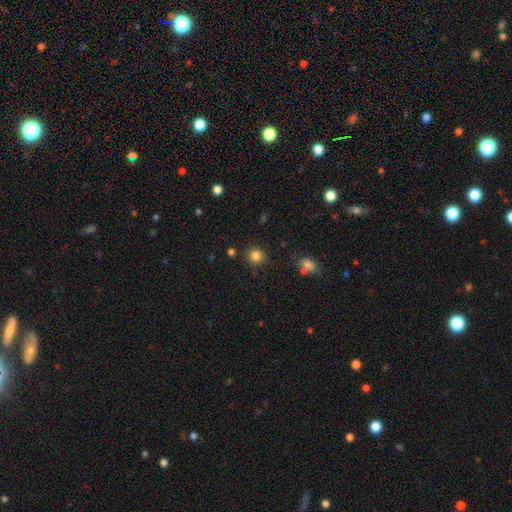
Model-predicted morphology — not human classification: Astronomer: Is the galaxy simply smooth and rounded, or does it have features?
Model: smooth — 83%.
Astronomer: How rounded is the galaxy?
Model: round — 91%.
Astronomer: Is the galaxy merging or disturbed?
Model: none — 87%.